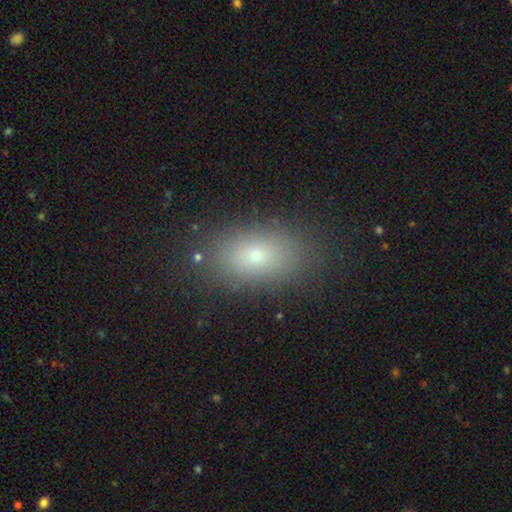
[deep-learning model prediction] Smooth or featured? smooth (71%)
How rounded? in between (86%)
Merging? none (84%)